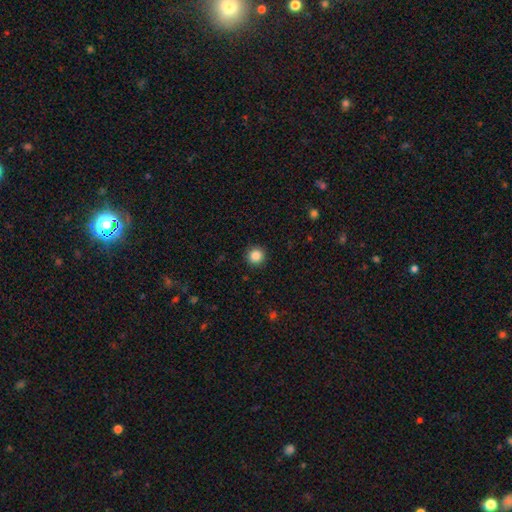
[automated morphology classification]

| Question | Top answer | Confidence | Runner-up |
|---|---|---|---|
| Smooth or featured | smooth | 86% | star or artifact (10%) |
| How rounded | round | 95% | in between (4%) |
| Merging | none | 92% | minor disturbance (5%) |